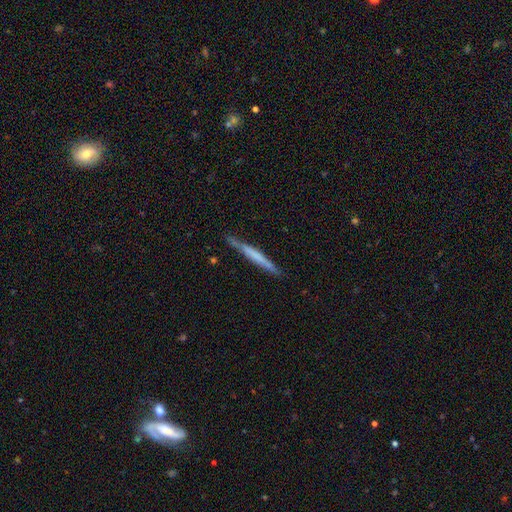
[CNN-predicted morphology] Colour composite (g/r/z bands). It shows a featured or disk galaxy (50%) viewed edge-on (95%). Merging: none (83%).